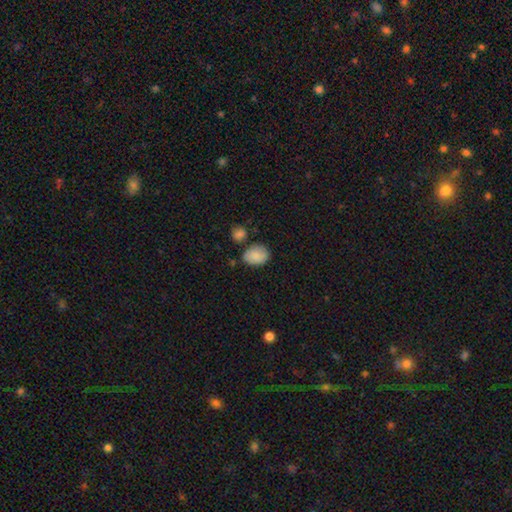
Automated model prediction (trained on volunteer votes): smooth 84%, featured or disk 8%, star or artifact 7%. Down the decision tree: how rounded — in between (71%); merging — none (62%).